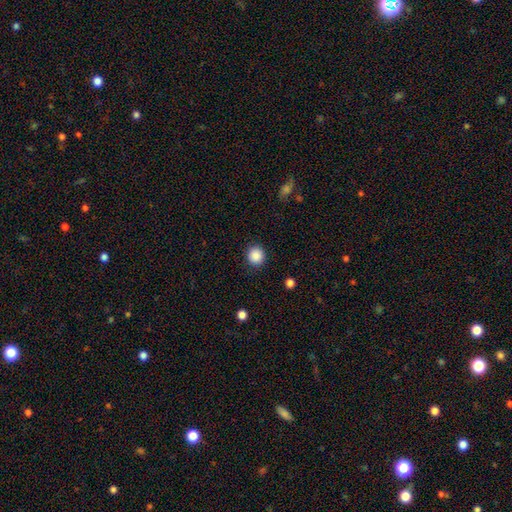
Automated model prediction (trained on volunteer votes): Overall: smooth (88%). How rounded: round (92%). Merging: none (91%).